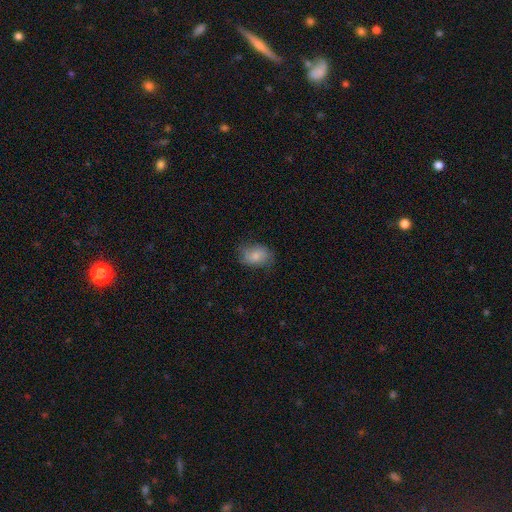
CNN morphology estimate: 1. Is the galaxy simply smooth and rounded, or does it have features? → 77% smooth, 16% featured or disk, 8% star or artifact.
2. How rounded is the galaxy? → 77% in between, 21% round, 1% cigar-shaped.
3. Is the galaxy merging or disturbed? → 68% none, 23% minor disturbance, 7% major disturbance, 1% merger.